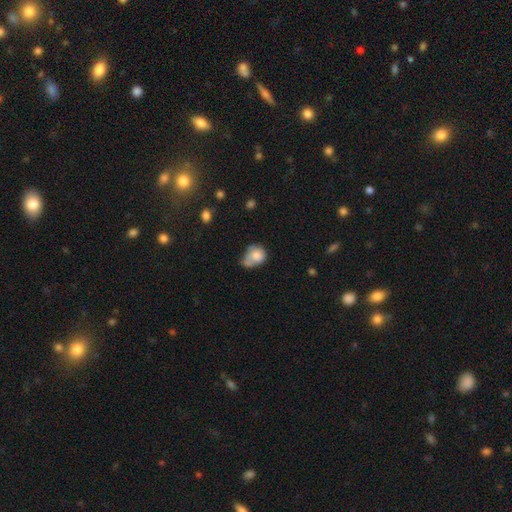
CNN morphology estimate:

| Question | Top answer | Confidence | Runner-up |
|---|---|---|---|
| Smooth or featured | smooth | 73% | featured or disk (18%) |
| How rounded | round | 57% | in between (42%) |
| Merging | minor disturbance | 30% | none (28%) |